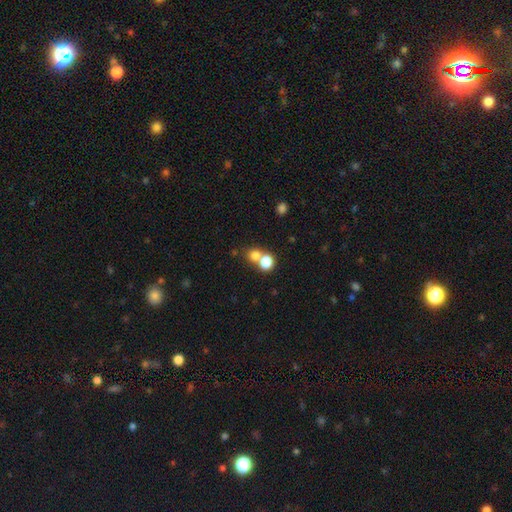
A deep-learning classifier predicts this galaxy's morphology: The model was most divided on "merging": merger: 46%, none: 45%, minor disturbance: 6%, major disturbance: 3%. More confident: how rounded — round (79%); smooth or featured — smooth (76%).